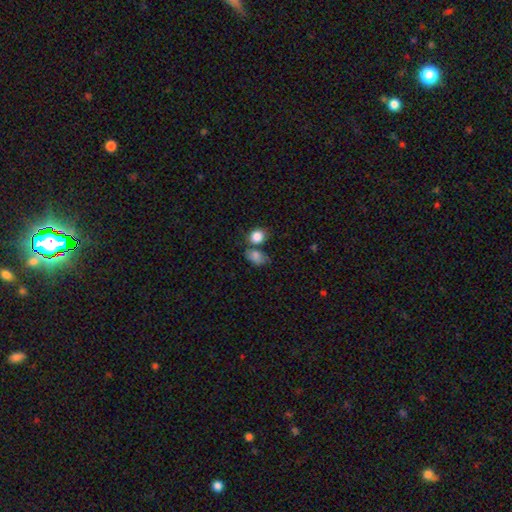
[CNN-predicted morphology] Smooth or featured?
  - smooth: 80% *
  - star or artifact: 10%
  - featured or disk: 10%
How rounded?
  - in between: 68% *
  - round: 31%
  - cigar-shaped: 2%
Merging?
  - none: 46% *
  - merger: 28%
  - minor disturbance: 19%
  - major disturbance: 7%